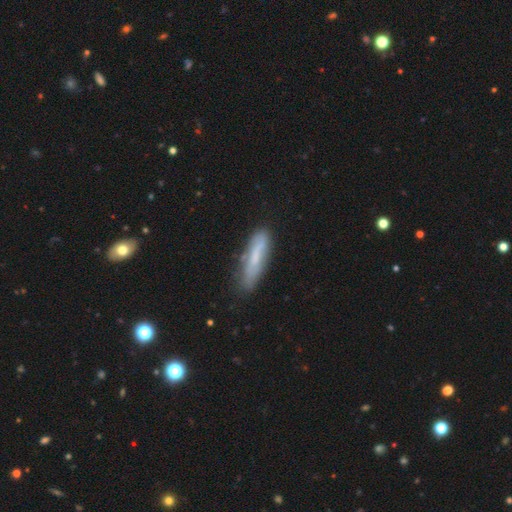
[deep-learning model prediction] Morphology: type=smooth (57%); roundness=cigar-shaped (74%); merging=none (70%).